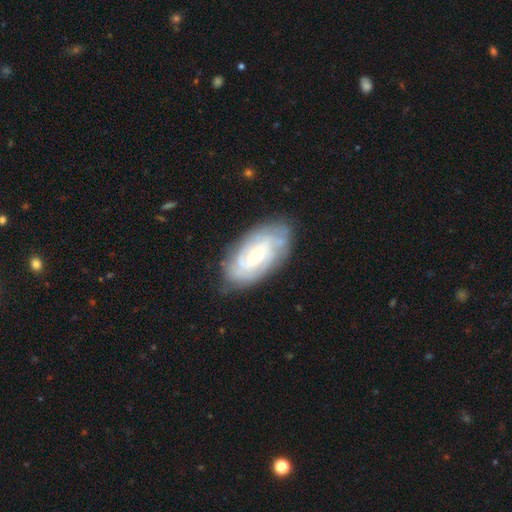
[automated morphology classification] smooth-or-featured: featured or disk: 71% | smooth: 23% | star or artifact: 6%
  disk-edge-on: no: 94% | yes: 6%
    bar: no: 59% | weak: 34% | strong: 8%
    has-spiral-arms: yes: 88% | no: 12%
      spiral-winding: tight: 68% | medium: 25% | loose: 7%
      spiral-arm-count: can't tell: 50% | 2: 22% | 3: 12% | 4: 8% | more than 4: 4% | 1: 4%
    bulge-size: small: 56% | moderate: 33% | none: 5% | large: 5% | dominant: 1%
  merging: none: 76% | minor disturbance: 17% | major disturbance: 5% | merger: 2%